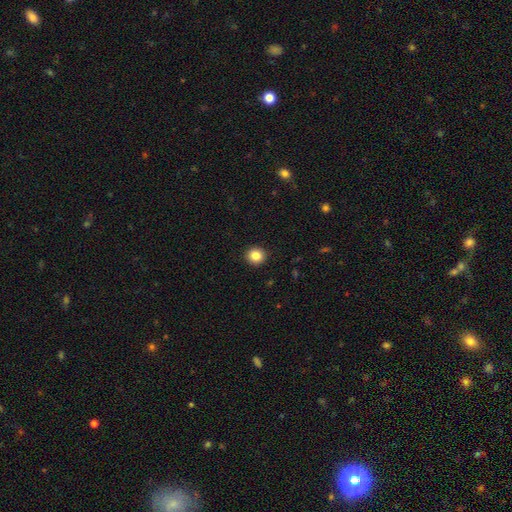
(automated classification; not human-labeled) smooth 85%, star or artifact 10%, featured or disk 5%. Down the decision tree: how rounded — round (91%); merging — none (93%).